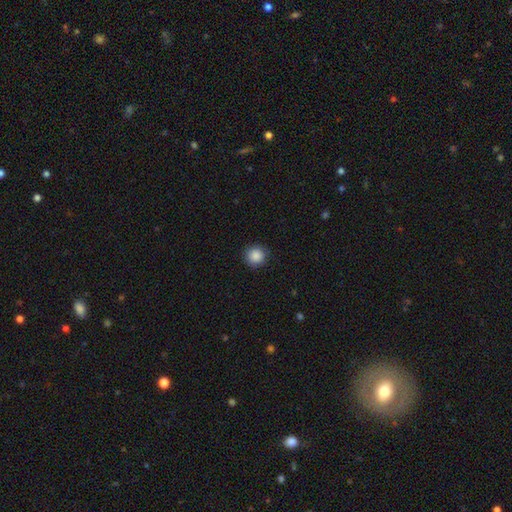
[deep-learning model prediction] This is clearly a smooth galaxy (88%). How rounded: clearly round (95%). Merging: clearly none (91%).